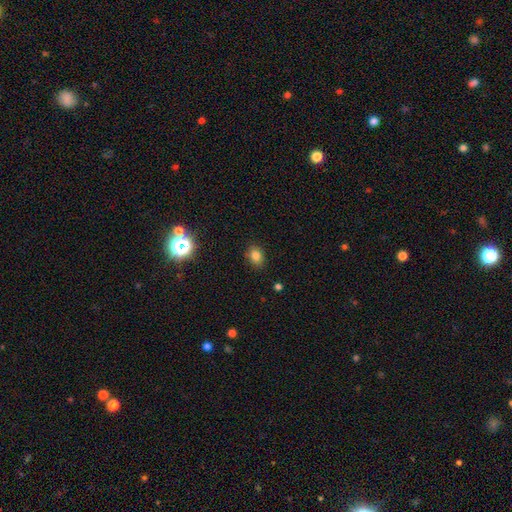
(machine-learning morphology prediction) Smooth or featured? Predicted: smooth (p=0.80). How rounded? Predicted: in between (p=0.58). Merging? Predicted: none (p=0.86).